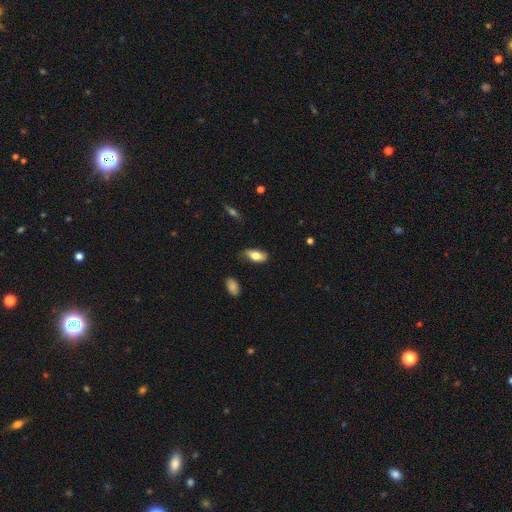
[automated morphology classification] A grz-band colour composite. It shows a smooth galaxy with no disk features (75%) that is in between round and cigar-shaped (90%). Merging: none (70%).